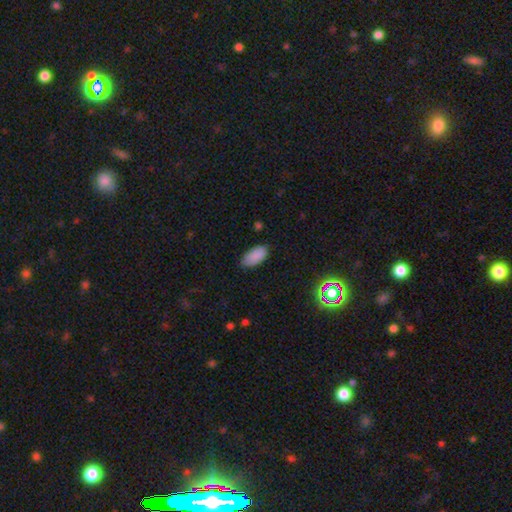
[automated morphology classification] A smooth galaxy with no disk features (87%) that is in between round and cigar-shaped (93%).

Vote fractions:
- Smooth or featured? smooth: 87% / star or artifact: 9% / featured or disk: 5%
- How rounded? in between: 93% / cigar-shaped: 4% / round: 2%
- Merging? none: 81% / minor disturbance: 15% / major disturbance: 3% / merger: 1%